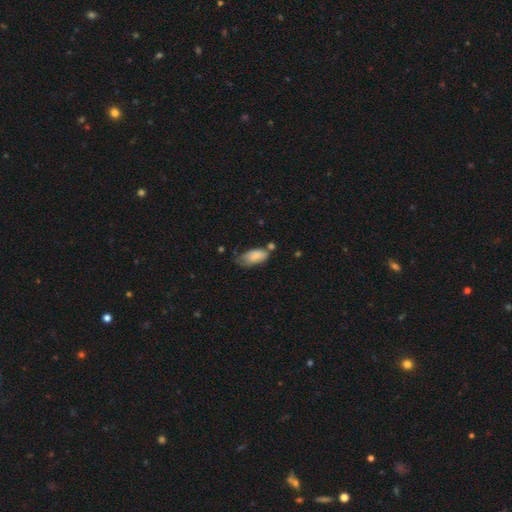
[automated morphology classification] A smooth galaxy with no disk features (81%) that is in between round and cigar-shaped (91%).

Vote fractions:
- Smooth or featured? smooth: 81% / featured or disk: 12% / star or artifact: 7%
- How rounded? in between: 91% / cigar-shaped: 6% / round: 3%
- Merging? minor disturbance: 37% / none: 35% / major disturbance: 16% / merger: 11%